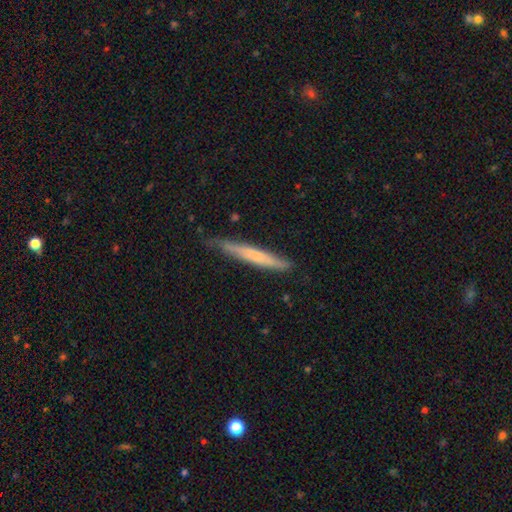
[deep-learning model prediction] The model was most divided on "smooth or featured": smooth: 58%, featured or disk: 37%, star or artifact: 5%. More confident: how rounded — cigar-shaped (96%); merging — none (77%).